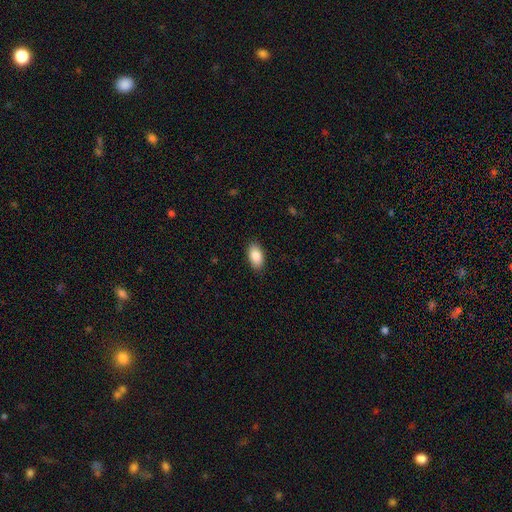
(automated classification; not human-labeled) This is clearly a smooth galaxy (88%). How rounded: clearly in between (94%). Merging: clearly none (89%).